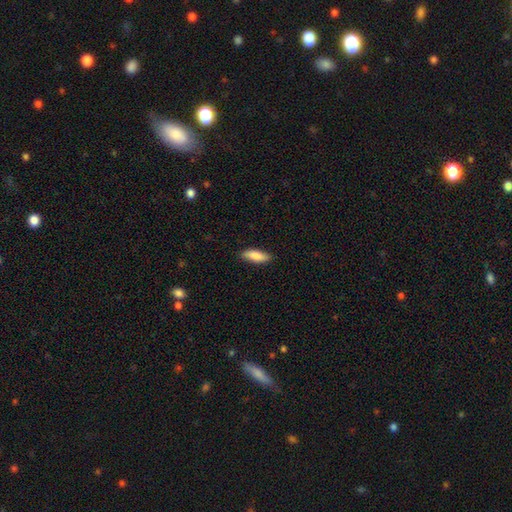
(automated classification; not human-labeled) The model was most divided on "how rounded": in between: 58%, cigar-shaped: 40%, round: 2%. More confident: merging — none (87%); smooth or featured — smooth (85%).